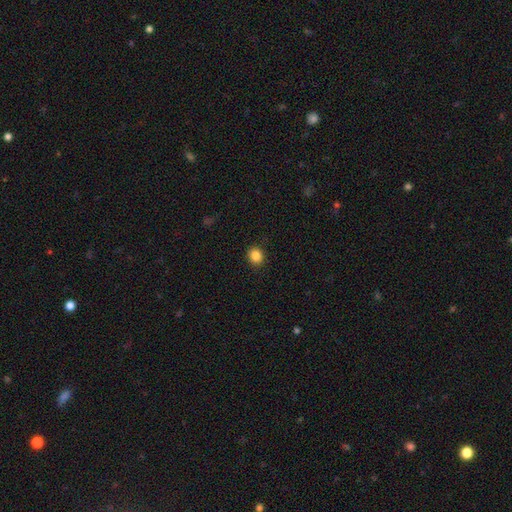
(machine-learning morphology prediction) smooth_or_featured: smooth (p=0.86) [alt: star or artifact p=0.10]
how_rounded: round (p=0.77) [alt: in between p=0.22]
merging: none (p=0.90) [alt: minor disturbance p=0.07]